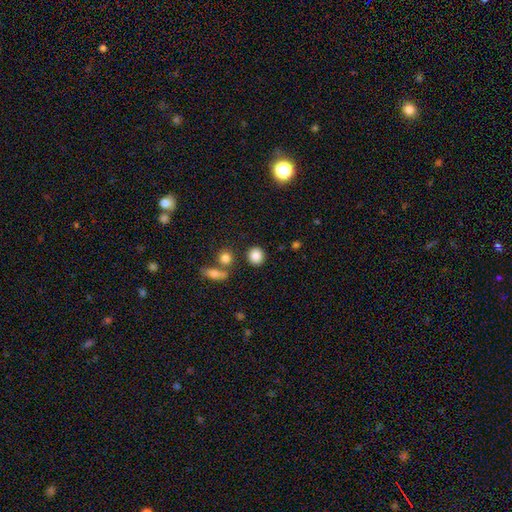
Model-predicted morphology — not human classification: Smooth or featured? smooth (85%)
How rounded? round (85%)
Merging? none (85%)